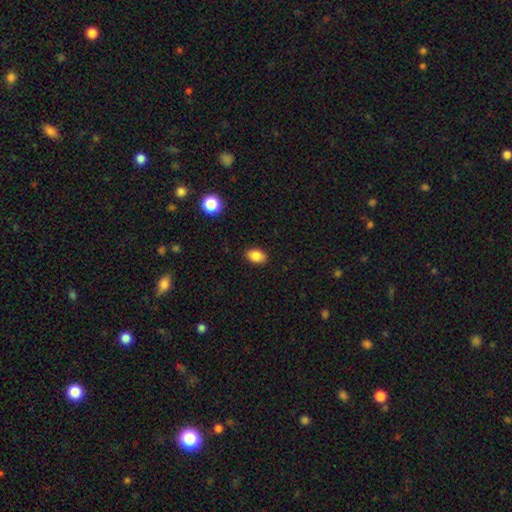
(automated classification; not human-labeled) smooth 86%, star or artifact 9%, featured or disk 5%. Down the decision tree: how rounded — in between (85%); merging — none (87%).